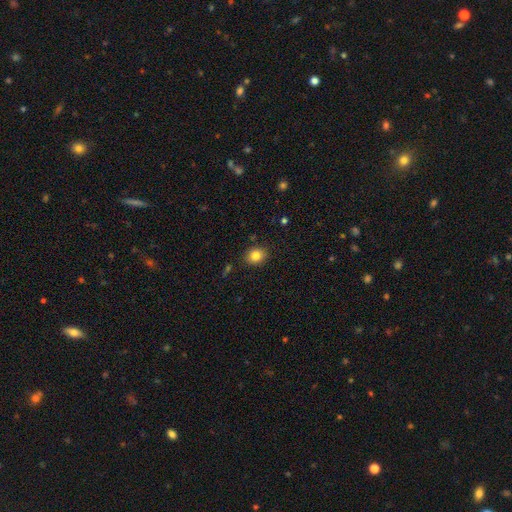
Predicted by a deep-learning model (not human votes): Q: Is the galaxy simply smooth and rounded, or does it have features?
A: smooth — 82%.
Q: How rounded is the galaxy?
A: round — 57%.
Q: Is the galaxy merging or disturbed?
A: none — 87%.